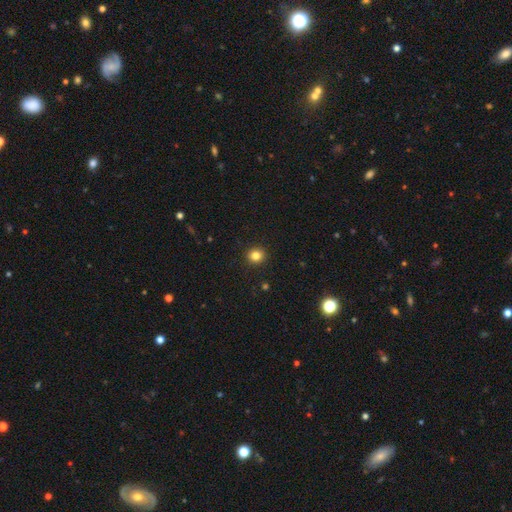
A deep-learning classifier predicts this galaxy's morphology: smooth_or_featured: smooth (p=0.83) [alt: star or artifact p=0.12]
how_rounded: round (p=0.88) [alt: in between p=0.11]
merging: none (p=0.92) [alt: minor disturbance p=0.05]